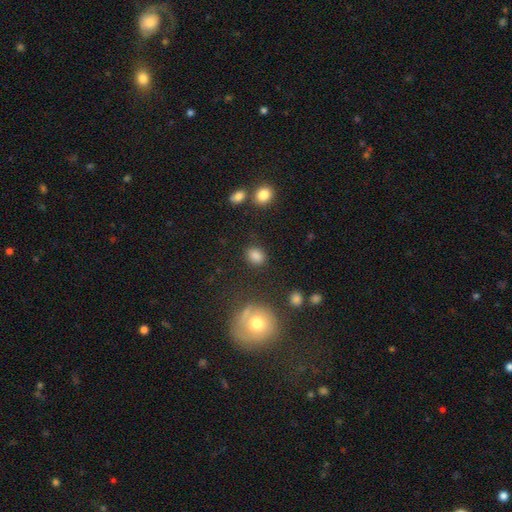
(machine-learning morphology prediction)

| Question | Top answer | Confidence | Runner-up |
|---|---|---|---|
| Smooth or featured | smooth | 84% | star or artifact (11%) |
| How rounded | in between | 54% | round (44%) |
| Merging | none | 82% | minor disturbance (11%) |